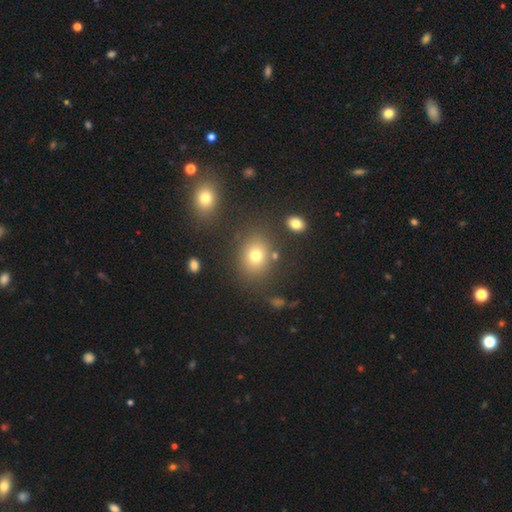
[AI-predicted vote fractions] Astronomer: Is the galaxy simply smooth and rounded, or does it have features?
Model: smooth — 74%.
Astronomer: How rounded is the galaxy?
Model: round — 56% (runner-up: in between, 43%).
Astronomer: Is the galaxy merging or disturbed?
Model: none — 79%.